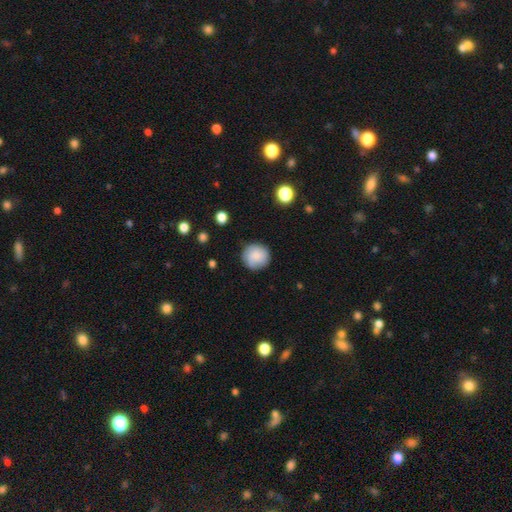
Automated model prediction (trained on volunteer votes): Smooth or featured? Predicted: smooth (p=0.79). How rounded? Predicted: round (p=0.93). Merging? Predicted: none (p=0.82).